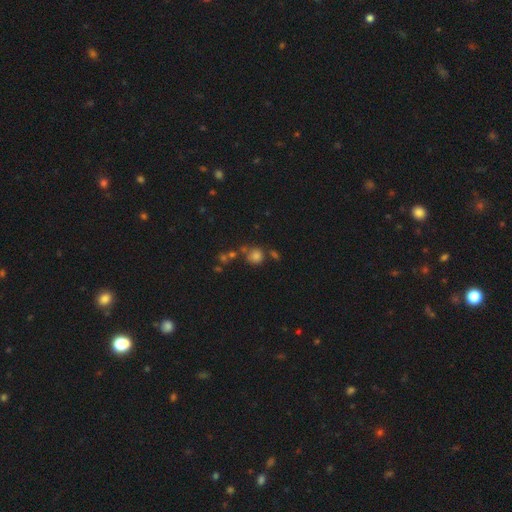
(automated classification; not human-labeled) A smooth galaxy with no disk features (76%) that is round (89%).

Vote fractions:
- Smooth or featured? smooth: 76% / star or artifact: 17% / featured or disk: 7%
- How rounded? round: 89% / in between: 10% / cigar-shaped: 1%
- Merging? none: 64% / merger: 18% / minor disturbance: 12% / major disturbance: 6%